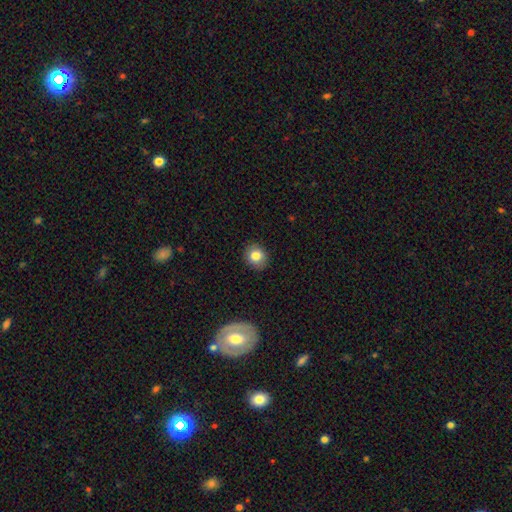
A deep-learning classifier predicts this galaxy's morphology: Overall: smooth (82%). How rounded: round (78%). Merging: none (88%).